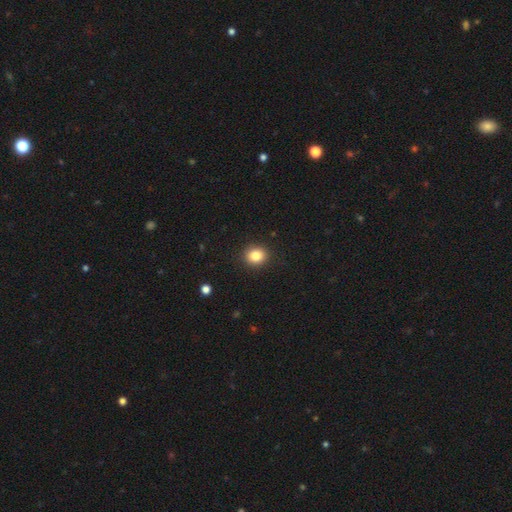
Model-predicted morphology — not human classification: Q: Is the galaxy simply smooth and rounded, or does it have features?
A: smooth — 84%.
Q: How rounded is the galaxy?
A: round — 76%.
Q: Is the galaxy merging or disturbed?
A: none — 91%.